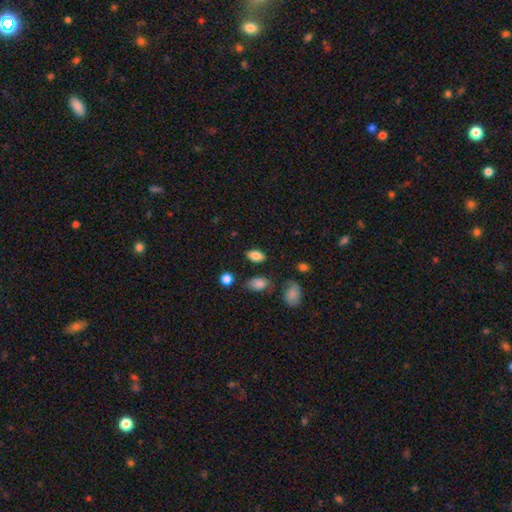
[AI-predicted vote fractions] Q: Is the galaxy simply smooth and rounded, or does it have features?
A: smooth — 85%.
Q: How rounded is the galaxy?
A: in between — 91%.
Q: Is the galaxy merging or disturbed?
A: none — 83%.